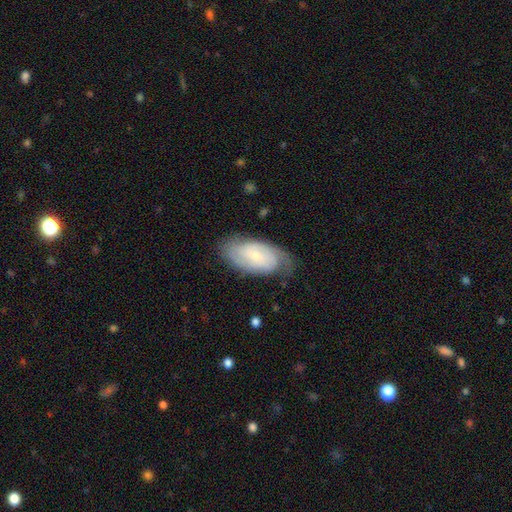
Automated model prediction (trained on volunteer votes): smooth-or-featured: featured or disk: 69% | smooth: 25% | star or artifact: 6%
  disk-edge-on: no: 94% | yes: 6%
    bar: no: 56% | weak: 36% | strong: 8%
    has-spiral-arms: yes: 91% | no: 9%
      spiral-winding: tight: 57% | medium: 33% | loose: 11%
      spiral-arm-count: 2: 57% | can't tell: 28% | 3: 7% | 1: 4% | 4: 2% | more than 4: 2%
    bulge-size: small: 71% | moderate: 24% | none: 3% | large: 2% | dominant: 1%
  merging: none: 71% | minor disturbance: 20% | major disturbance: 7% | merger: 1%